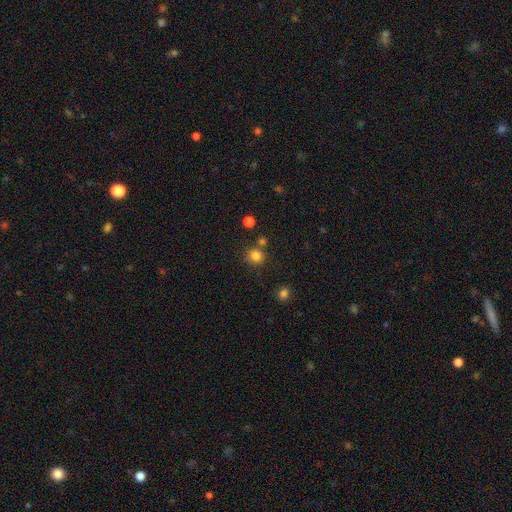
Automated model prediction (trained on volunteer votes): smooth_or_featured: smooth (p=0.82) [alt: star or artifact p=0.14]
how_rounded: round (p=0.88) [alt: in between p=0.11]
merging: none (p=0.75) [alt: merger p=0.12]